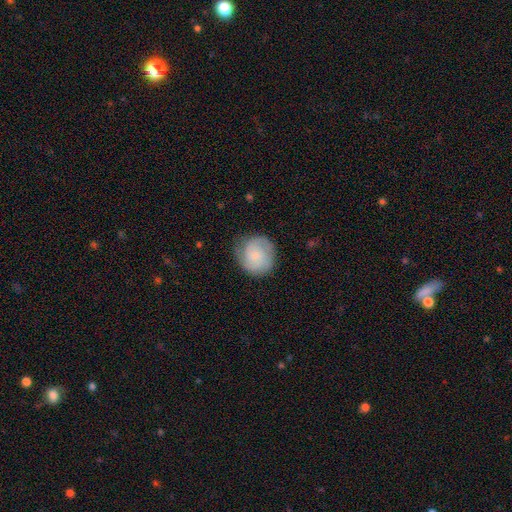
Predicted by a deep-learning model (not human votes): This appears to be a featured or disk galaxy (49%). Merging: none (74%).